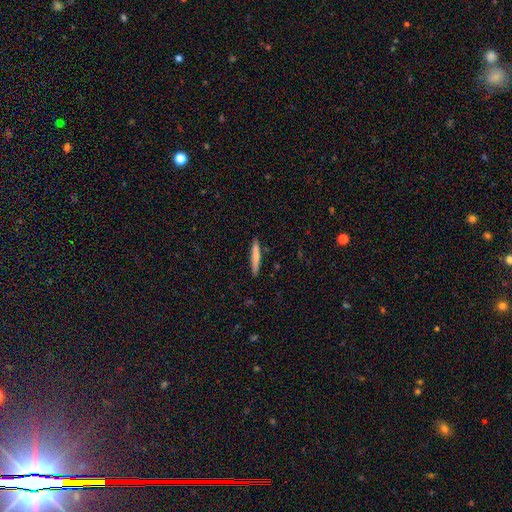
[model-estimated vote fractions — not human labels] smooth 68%, featured or disk 26%, star or artifact 6%. Down the decision tree: how rounded — cigar-shaped (92%); merging — none (87%).